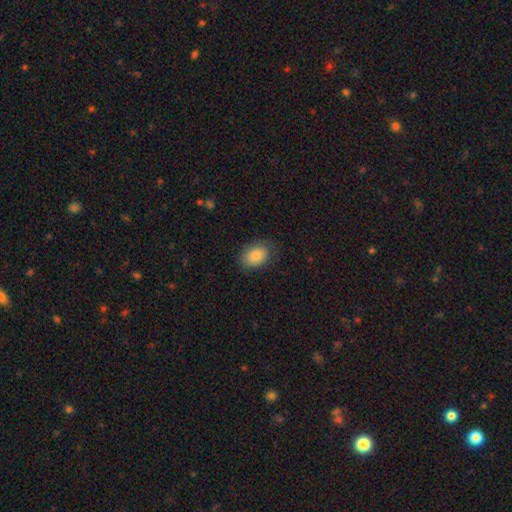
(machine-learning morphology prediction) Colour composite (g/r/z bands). It shows a smooth galaxy with no disk features (82%) that is in between round and cigar-shaped (74%). Merging: none (79%).